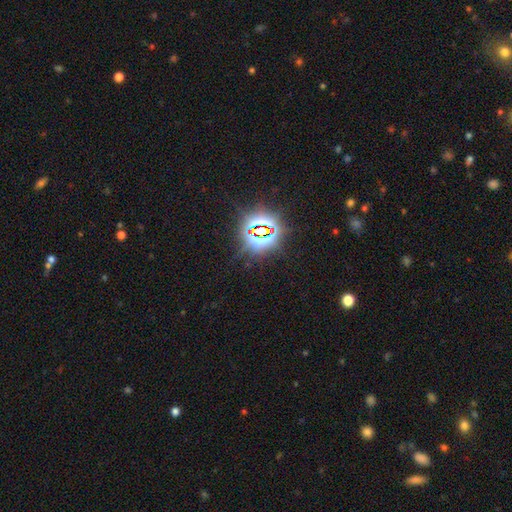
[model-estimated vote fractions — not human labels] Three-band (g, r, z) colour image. It shows a star or artifact, not a galaxy (83%).